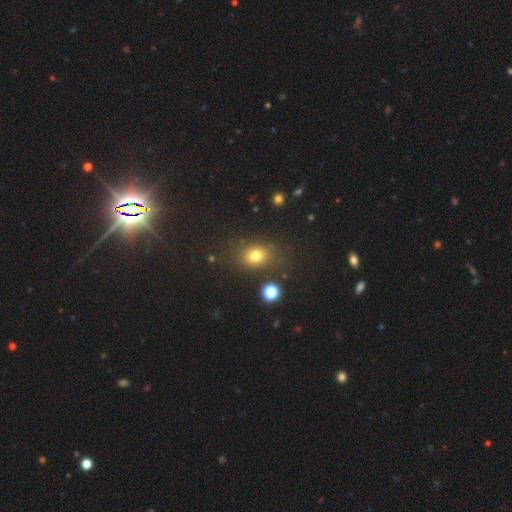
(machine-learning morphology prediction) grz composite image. It shows a smooth galaxy with no disk features (75%) that is in between round and cigar-shaped (52%). Merging: none (78%).